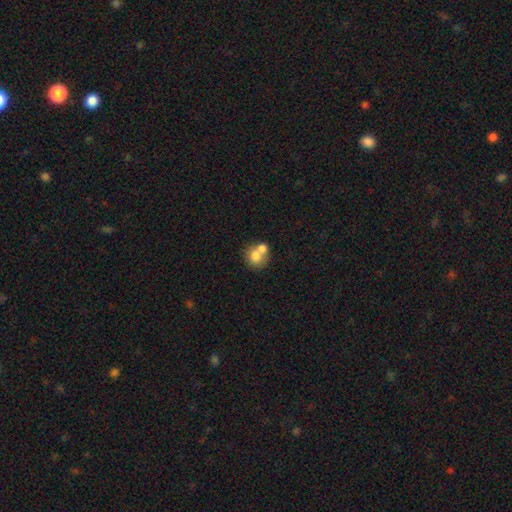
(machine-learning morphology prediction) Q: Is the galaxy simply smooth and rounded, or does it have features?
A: smooth — 73%.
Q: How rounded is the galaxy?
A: round — 75%.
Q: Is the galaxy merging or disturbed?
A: merger — 59%.